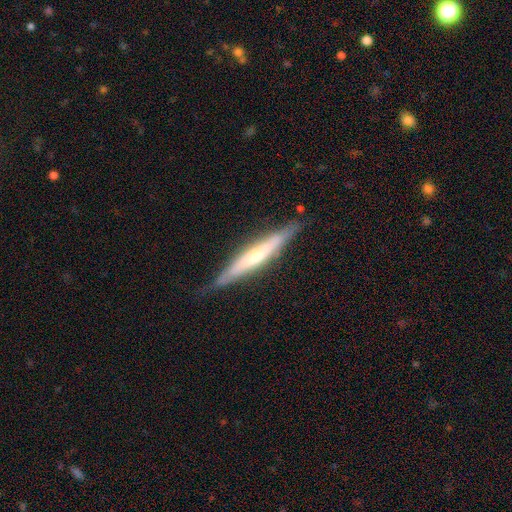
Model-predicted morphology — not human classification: This is likely a featured or disk galaxy (69%). It is clearly viewed edge-on (95%). Edge-on bulge: likely rounded (63%). Merging: clearly none (86%).